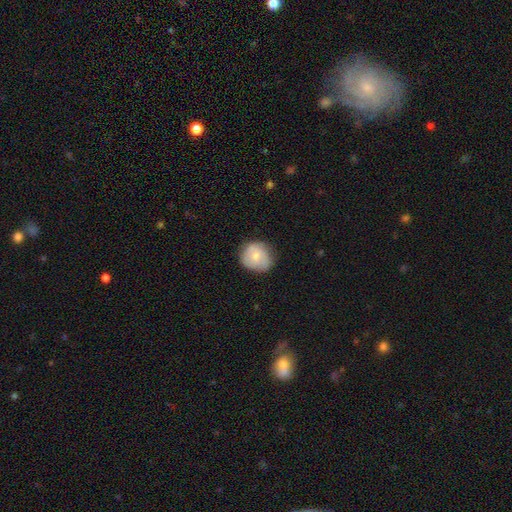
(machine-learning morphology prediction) smooth-or-featured: smooth: 72% | featured or disk: 22% | star or artifact: 7%
  how-rounded: round: 81% | in between: 18% | cigar-shaped: 1%
  merging: none: 70% | minor disturbance: 24% | major disturbance: 5% | merger: 1%